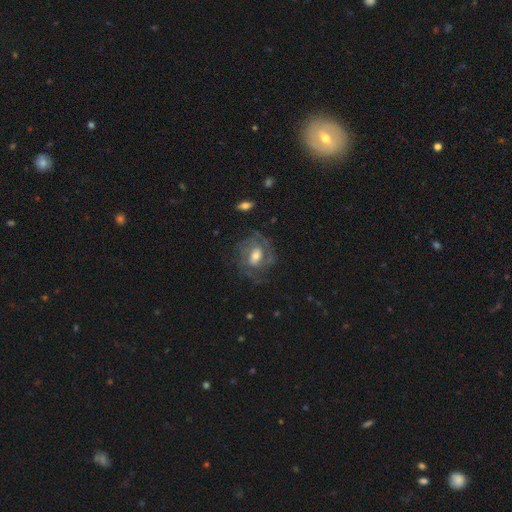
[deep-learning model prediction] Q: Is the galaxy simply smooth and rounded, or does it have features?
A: featured or disk — 70%.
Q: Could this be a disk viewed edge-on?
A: no — 96%.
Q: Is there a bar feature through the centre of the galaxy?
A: no — 44%.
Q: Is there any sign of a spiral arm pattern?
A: yes — 77%.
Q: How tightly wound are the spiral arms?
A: tight — 48%.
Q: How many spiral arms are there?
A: can't tell — 43%.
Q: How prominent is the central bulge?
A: moderate — 62%.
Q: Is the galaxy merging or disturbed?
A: none — 60%.